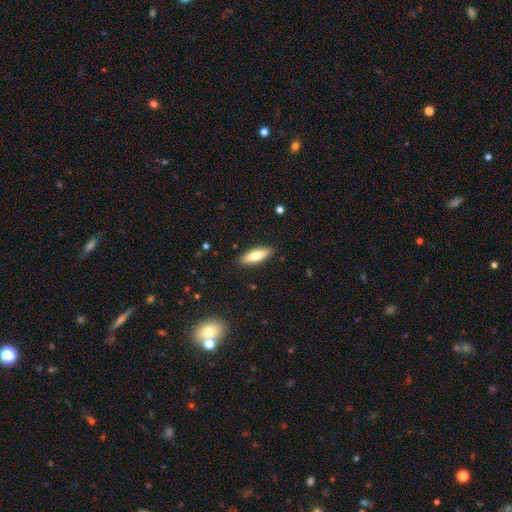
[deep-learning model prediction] Overall: smooth (74%). How rounded: cigar-shaped (49%, tied with in between). Merging: none (88%).